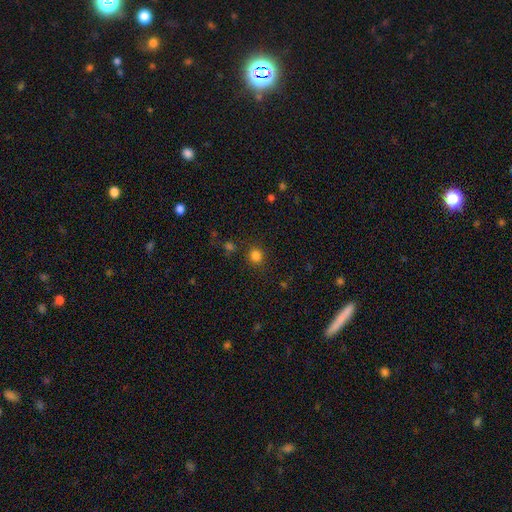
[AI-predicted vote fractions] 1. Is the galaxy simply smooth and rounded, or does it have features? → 82% smooth, 14% star or artifact, 4% featured or disk.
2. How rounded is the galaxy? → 86% round, 13% in between, 1% cigar-shaped.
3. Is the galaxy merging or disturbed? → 85% none, 8% minor disturbance, 4% merger, 3% major disturbance.